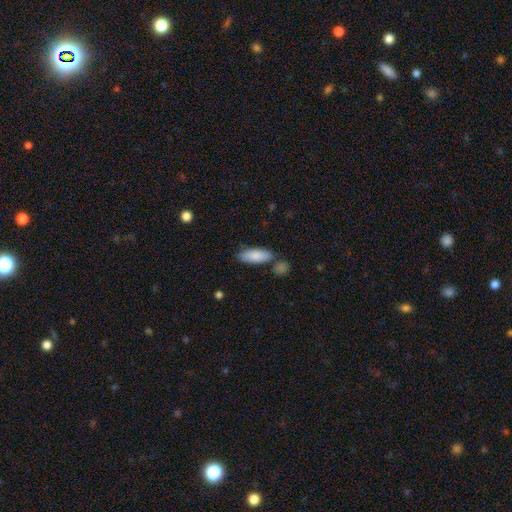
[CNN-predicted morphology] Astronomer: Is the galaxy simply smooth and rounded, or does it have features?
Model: smooth — 85%.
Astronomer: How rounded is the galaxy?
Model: in between — 74%.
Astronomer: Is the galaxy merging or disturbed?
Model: none — 70%.